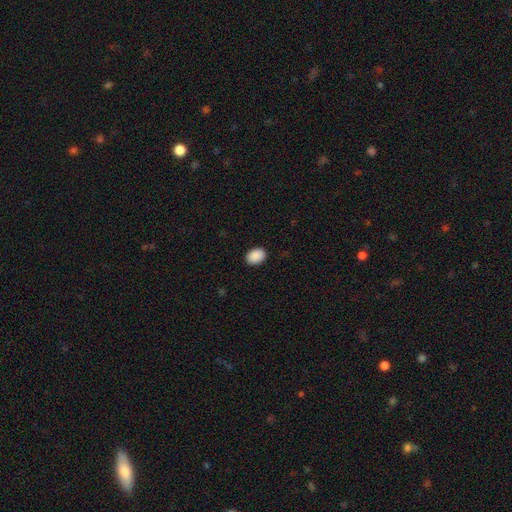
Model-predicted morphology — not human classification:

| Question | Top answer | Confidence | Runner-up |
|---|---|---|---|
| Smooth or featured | smooth | 91% | star or artifact (7%) |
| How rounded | in between | 76% | round (23%) |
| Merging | none | 89% | minor disturbance (8%) |